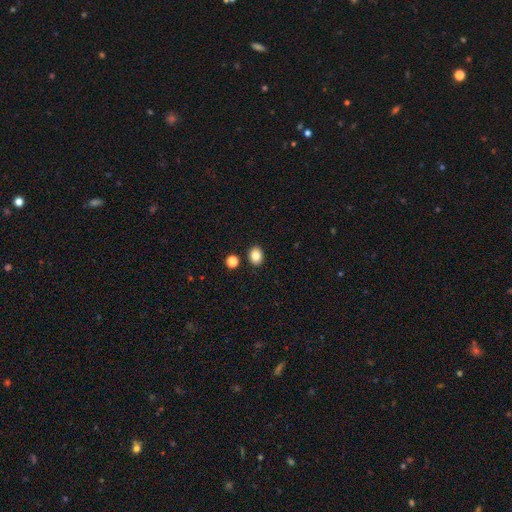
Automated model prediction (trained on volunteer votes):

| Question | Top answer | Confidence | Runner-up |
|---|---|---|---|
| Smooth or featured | smooth | 84% | star or artifact (11%) |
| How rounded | round | 56% | in between (44%) |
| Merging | none | 88% | minor disturbance (7%) |